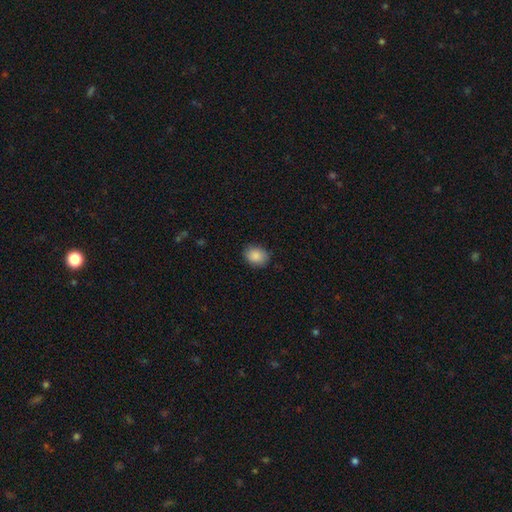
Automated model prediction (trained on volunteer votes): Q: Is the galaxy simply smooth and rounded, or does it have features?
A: smooth — 89%.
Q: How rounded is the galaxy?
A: in between — 60%.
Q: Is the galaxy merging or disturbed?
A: none — 86%.